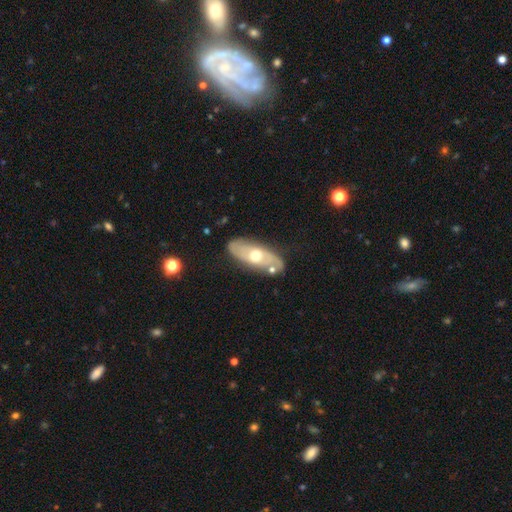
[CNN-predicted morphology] Q: Smooth or featured?
A: featured or disk (64%); runner-up: smooth (29%)
Q: Edge-on disk?
A: no (81%); runner-up: yes (19%)
Q: Bar?
A: no (76%); runner-up: weak (18%)
Q: Spiral arms?
A: yes (63%); runner-up: no (37%)
Q: Bulge size?
A: moderate (75%); runner-up: small (17%)
Q: Merging?
A: none (76%); runner-up: minor disturbance (15%)